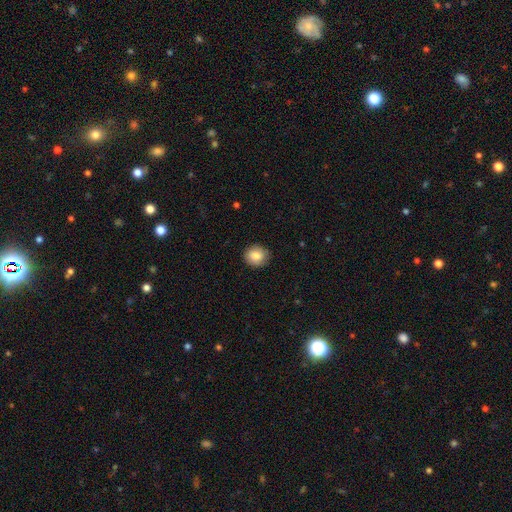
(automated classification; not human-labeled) smooth 84%, featured or disk 8%, star or artifact 8%. Down the decision tree: how rounded — round (80%); merging — none (87%).